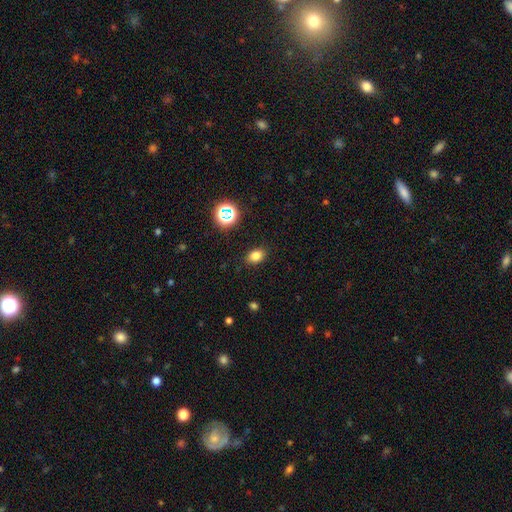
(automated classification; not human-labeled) smooth_or_featured: smooth (p=0.79) [alt: star or artifact p=0.15]
how_rounded: in between (p=0.72) [alt: round p=0.26]
merging: none (p=0.87) [alt: minor disturbance p=0.09]